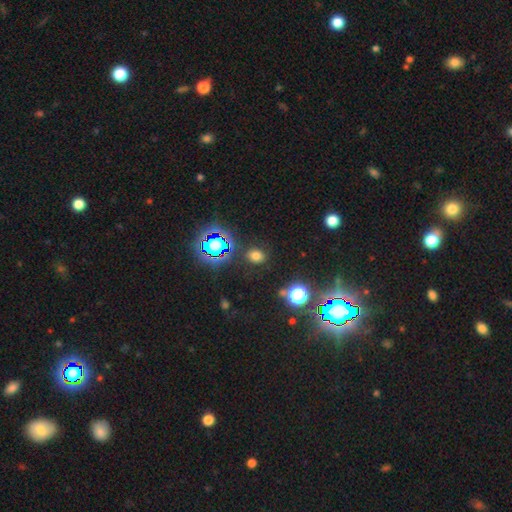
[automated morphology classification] smooth_or_featured: smooth (p=0.67) [alt: star or artifact p=0.26]
how_rounded: round (p=0.53) [alt: in between p=0.46]
merging: none (p=0.86) [alt: minor disturbance p=0.08]